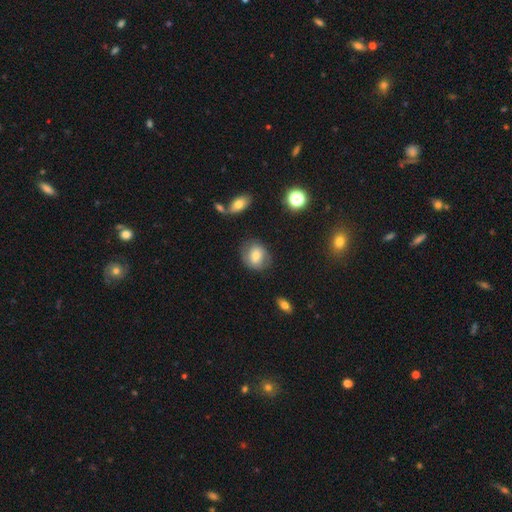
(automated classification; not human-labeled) This is likely a smooth galaxy (65%). How rounded: likely round (61%). Merging: likely none (73%).